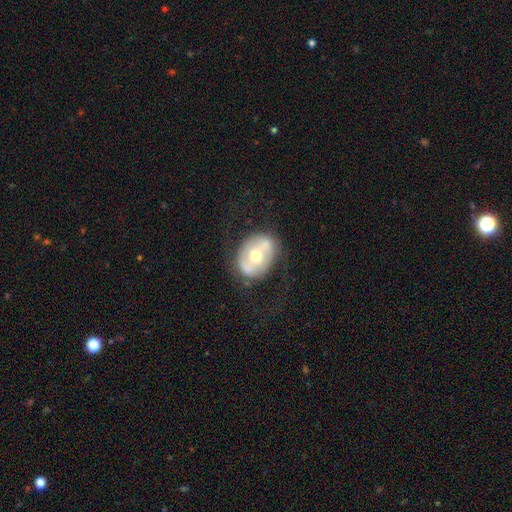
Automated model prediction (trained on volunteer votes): smooth-or-featured: featured or disk: 55% | smooth: 38% | star or artifact: 7%
  disk-edge-on: no: 93% | yes: 7%
    bar: no: 48% | weak: 28% | strong: 24%
    has-spiral-arms: no: 71% | yes: 29%
    bulge-size: moderate: 75% | small: 15% | large: 8% | dominant: 1% | none: 1%
  merging: none: 67% | minor disturbance: 18% | major disturbance: 8% | merger: 6%